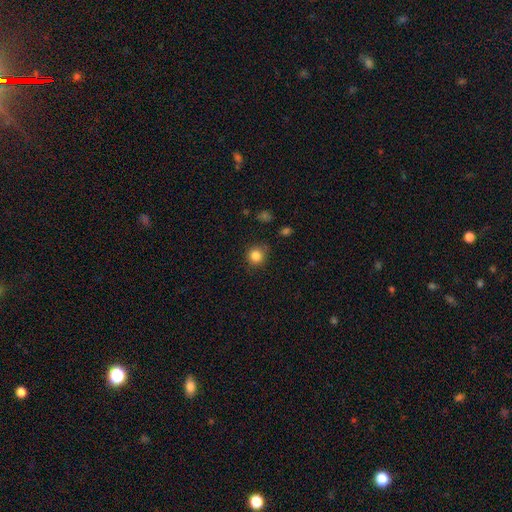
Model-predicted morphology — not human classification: Q: Smooth or featured?
A: smooth (84%); runner-up: star or artifact (11%)
Q: How rounded?
A: round (92%); runner-up: in between (7%)
Q: Merging?
A: none (84%); runner-up: minor disturbance (11%)